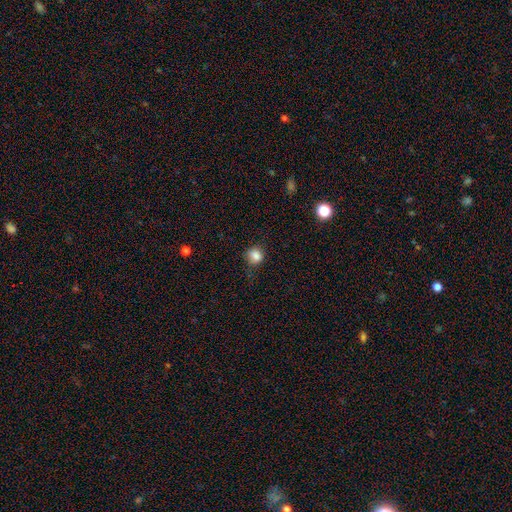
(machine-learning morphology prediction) smooth-or-featured: smooth: 83% | star or artifact: 11% | featured or disk: 6%
  how-rounded: round: 73% | in between: 26% | cigar-shaped: 1%
  merging: none: 66% | minor disturbance: 24% | major disturbance: 8% | merger: 2%